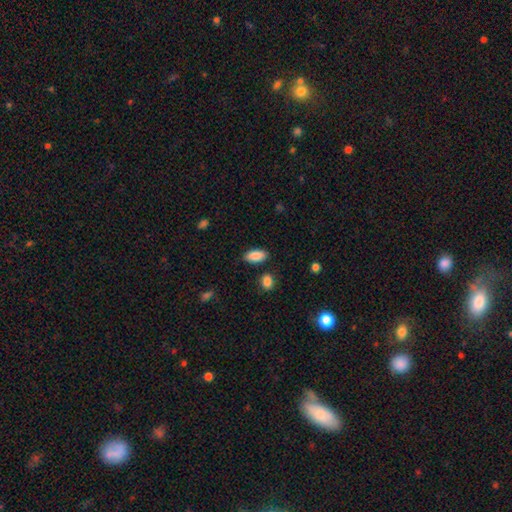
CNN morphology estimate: A smooth galaxy with no disk features (88%) that is in between round and cigar-shaped (91%). Merging: none (83%).